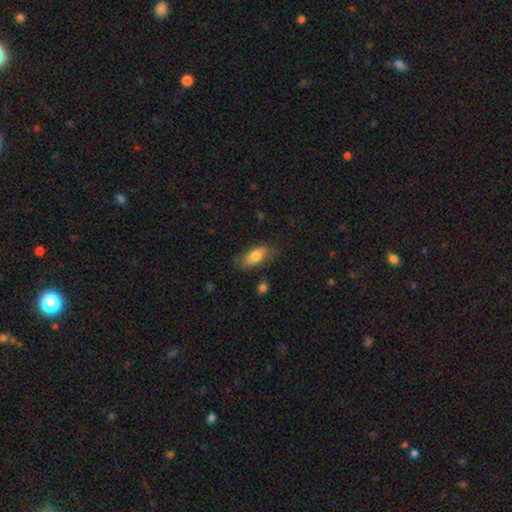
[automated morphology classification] smooth 77%, featured or disk 16%, star or artifact 7%. Down the decision tree: how rounded — in between (84%); merging — none (73%).